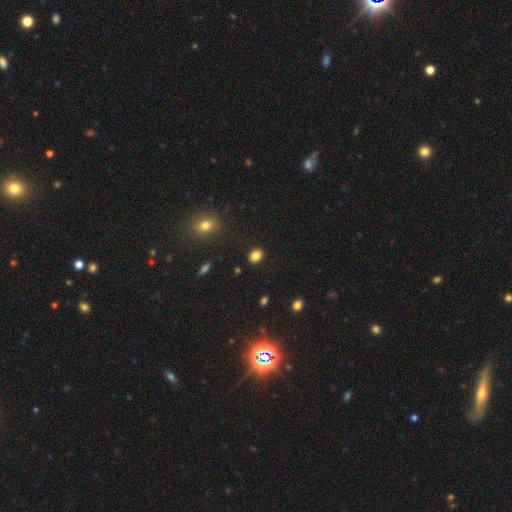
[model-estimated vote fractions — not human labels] Q: Smooth or featured?
A: smooth (84%); runner-up: star or artifact (10%)
Q: How rounded?
A: in between (62%); runner-up: round (36%)
Q: Merging?
A: none (88%); runner-up: minor disturbance (9%)